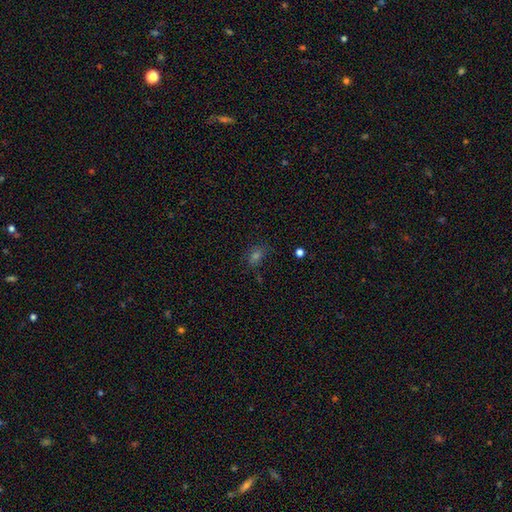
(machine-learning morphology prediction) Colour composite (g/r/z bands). It shows a smooth galaxy with no disk features (53%) that is in between round and cigar-shaped (62%). Merging: none (74%).